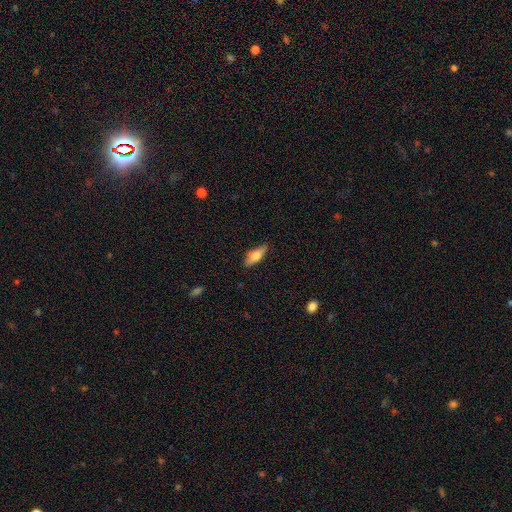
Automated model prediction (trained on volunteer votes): Smooth or featured?
  - smooth: 66% *
  - featured or disk: 28%
  - star or artifact: 6%
How rounded?
  - in between: 61% *
  - cigar-shaped: 37%
  - round: 3%
Merging?
  - none: 81% *
  - minor disturbance: 15%
  - major disturbance: 3%
  - merger: 1%